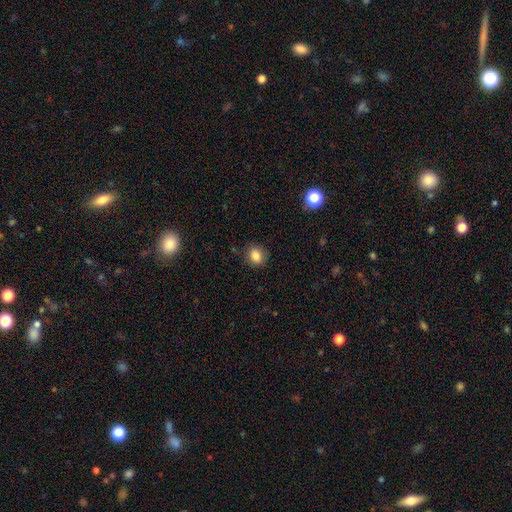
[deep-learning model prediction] Smooth or featured? Predicted: smooth (p=0.84). How rounded? Predicted: round (p=0.61). Merging? Predicted: none (p=0.84).